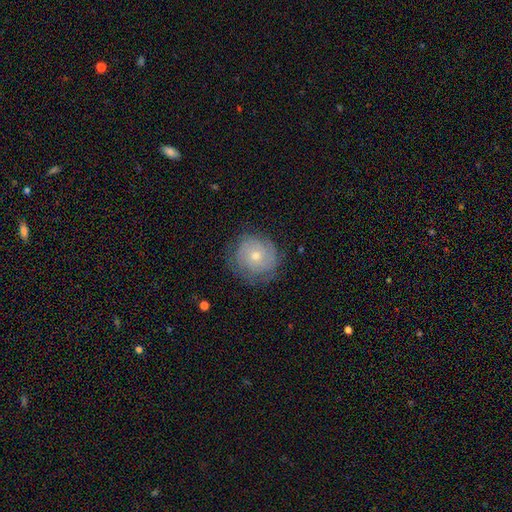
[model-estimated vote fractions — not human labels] This appears to be a featured or disk galaxy (69%) with no bar (83%), tight (77%) spiral arms (88%) and a small central bulge (57%). Merging: none (79%).